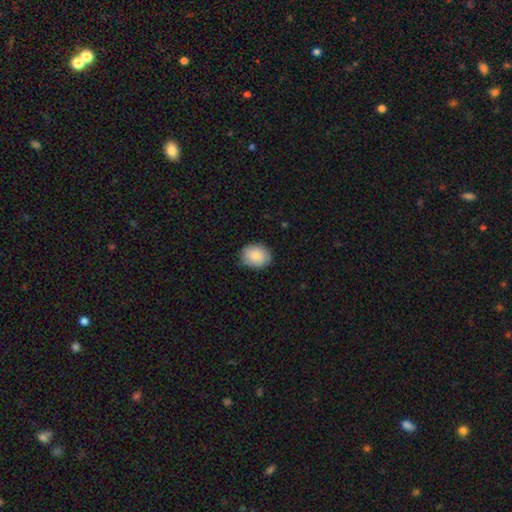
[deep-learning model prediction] Overall: smooth (85%). How rounded: round (50%; in between 49%). Merging: none (84%).